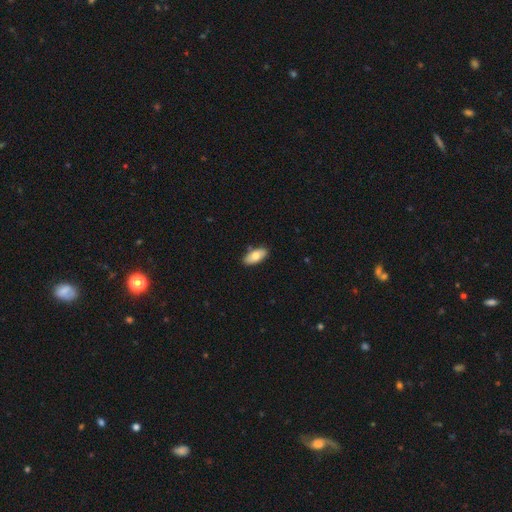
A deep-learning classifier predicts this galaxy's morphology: Q: Smooth or featured?
A: smooth (75%); runner-up: featured or disk (19%)
Q: How rounded?
A: in between (89%); runner-up: cigar-shaped (9%)
Q: Merging?
A: none (85%); runner-up: minor disturbance (11%)